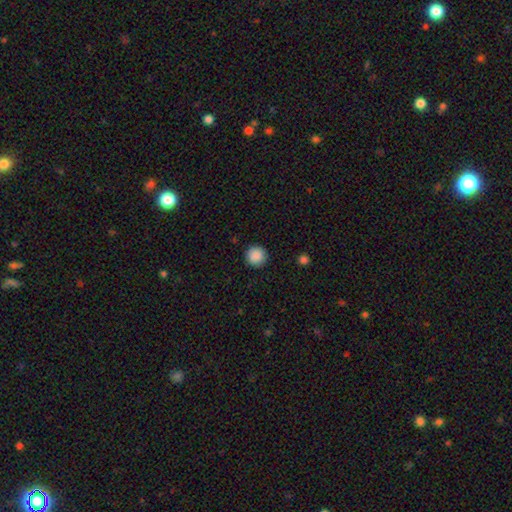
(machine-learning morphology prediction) A smooth galaxy with no disk features (89%) that is round (96%).

Vote fractions:
- Smooth or featured? smooth: 89% / star or artifact: 9% / featured or disk: 2%
- How rounded? round: 96% / in between: 3% / cigar-shaped: 1%
- Merging? none: 92% / minor disturbance: 5% / major disturbance: 2% / merger: 1%